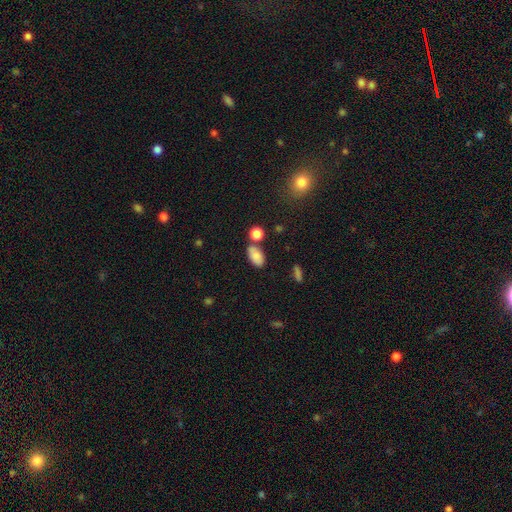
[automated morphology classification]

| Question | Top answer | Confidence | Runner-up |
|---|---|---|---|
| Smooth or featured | smooth | 82% | star or artifact (9%) |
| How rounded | in between | 91% | round (7%) |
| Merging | none | 64% | merger (17%) |